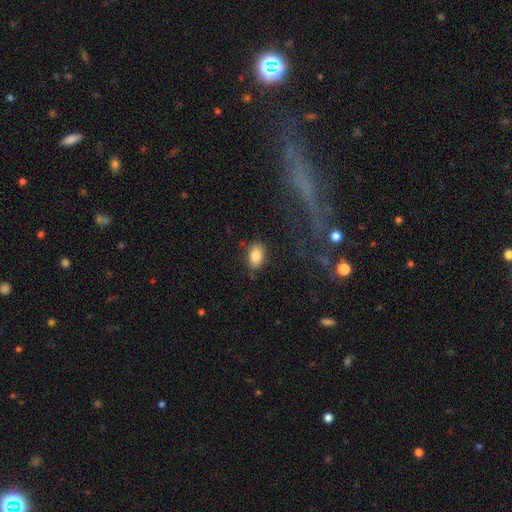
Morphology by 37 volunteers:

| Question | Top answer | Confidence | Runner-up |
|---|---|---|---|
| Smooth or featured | smooth | 84% | featured or disk (14%) |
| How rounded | in between | 94% | round (6%) |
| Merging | none | 61% | minor disturbance (33%) |